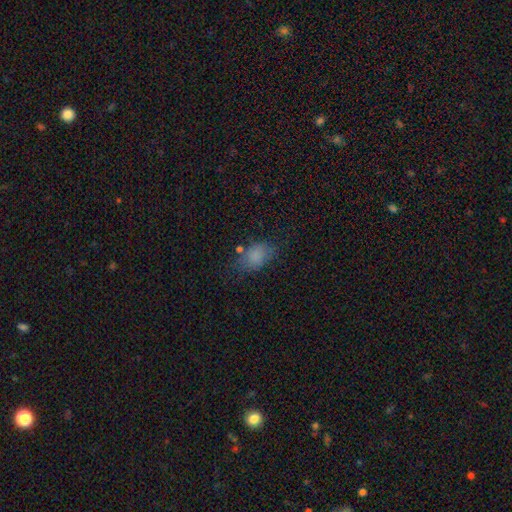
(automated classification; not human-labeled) smooth 79%, star or artifact 12%, featured or disk 9%. Down the decision tree: how rounded — in between (82%); merging — none (62%).